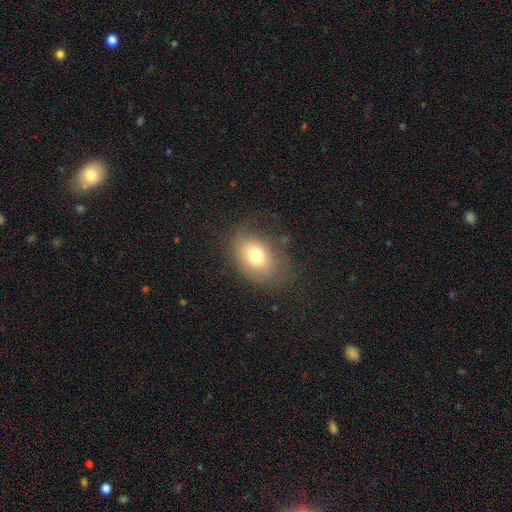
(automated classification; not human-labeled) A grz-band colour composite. It shows a smooth galaxy with no disk features (73%) that is in between round and cigar-shaped (68%). Merging: none (70%).